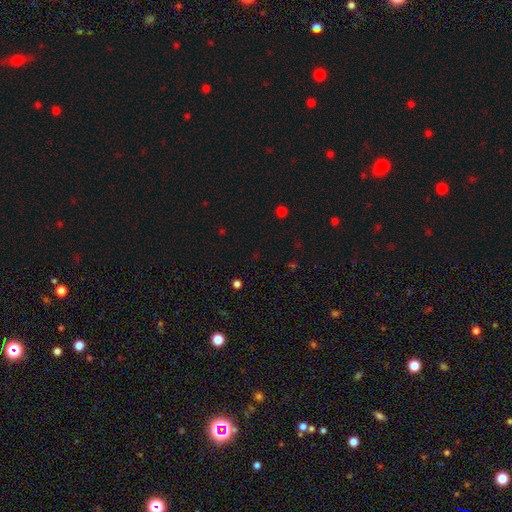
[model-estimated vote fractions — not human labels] This is possibly a star or artifact rather than a galaxy (58%).